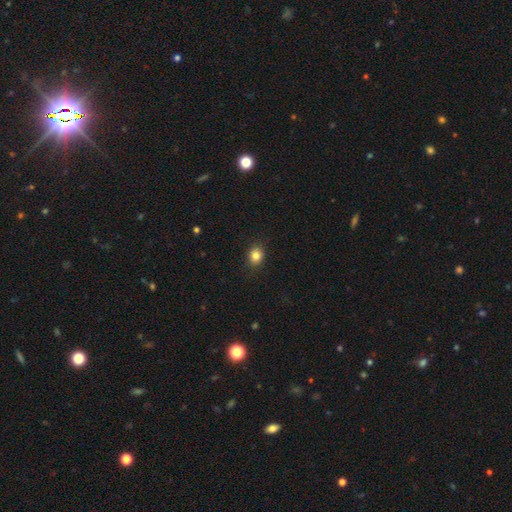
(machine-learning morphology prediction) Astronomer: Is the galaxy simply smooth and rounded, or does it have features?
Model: smooth — 83%.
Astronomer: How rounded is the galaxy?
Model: round — 60% (runner-up: in between, 39%).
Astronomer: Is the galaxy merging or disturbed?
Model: none — 88%.